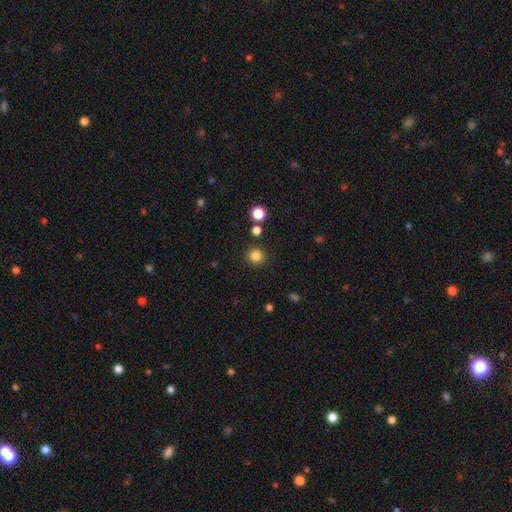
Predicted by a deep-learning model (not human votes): A smooth galaxy with no disk features (83%) that is round (95%). Merging: none (90%).